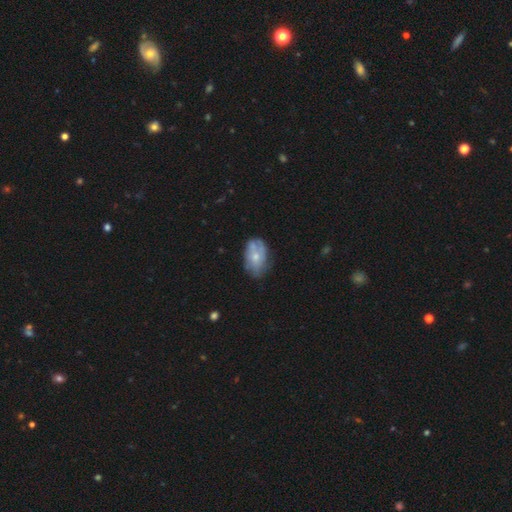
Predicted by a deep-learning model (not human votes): featured or disk 48%, smooth 45%, star or artifact 7%. Down the decision tree: merging — none (55%).